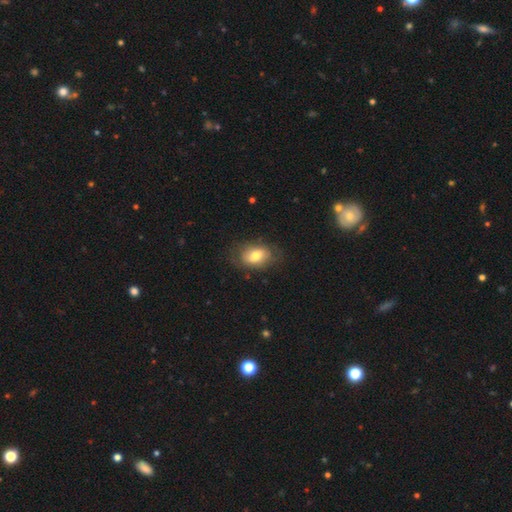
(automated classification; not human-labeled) Smooth or featured? Predicted: smooth (p=0.66). How rounded? Predicted: in between (p=0.83). Merging? Predicted: none (p=0.71).